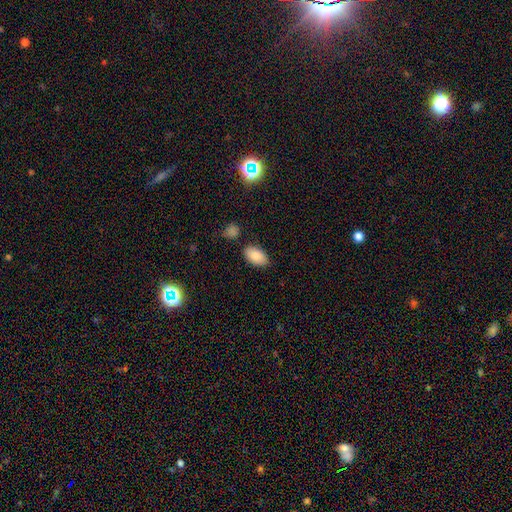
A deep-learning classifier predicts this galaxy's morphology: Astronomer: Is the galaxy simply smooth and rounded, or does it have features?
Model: smooth — 87%.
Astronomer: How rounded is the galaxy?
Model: in between — 94%.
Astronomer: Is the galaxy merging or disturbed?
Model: none — 82%.